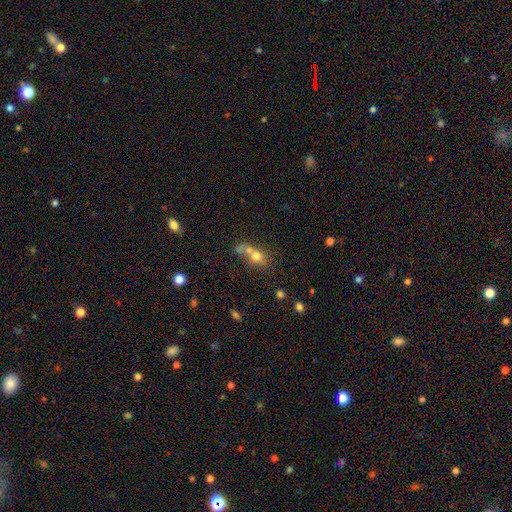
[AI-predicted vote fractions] The model was most divided on "merging": merger: 54%, none: 30%, minor disturbance: 10%, major disturbance: 7%. More confident: smooth or featured — smooth (66%); how rounded — round (64%).